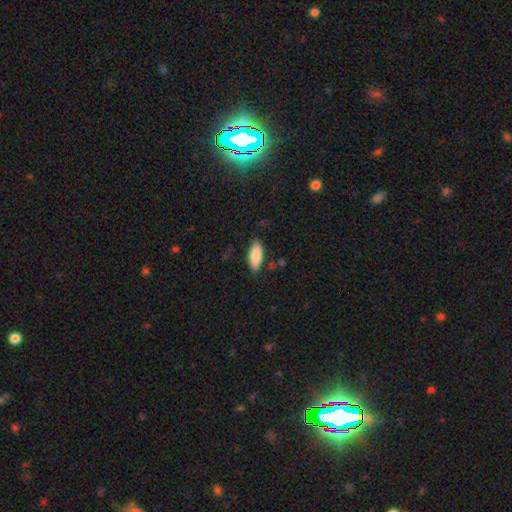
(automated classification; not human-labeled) A smooth galaxy with no disk features (84%) that is in between round and cigar-shaped (71%).

Vote fractions:
- Smooth or featured? smooth: 84% / featured or disk: 10% / star or artifact: 6%
- How rounded? in between: 71% / cigar-shaped: 27% / round: 2%
- Merging? none: 83% / minor disturbance: 12% / major disturbance: 3% / merger: 2%